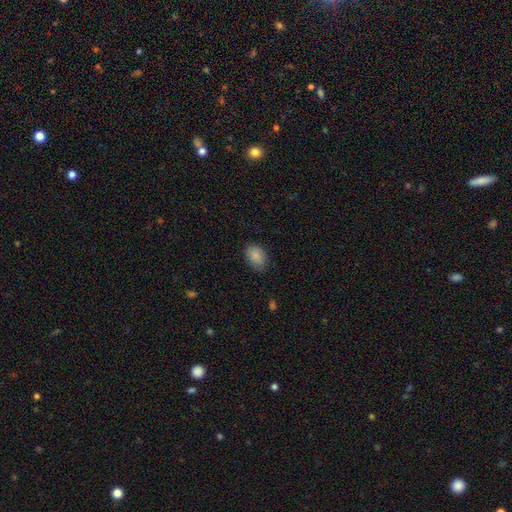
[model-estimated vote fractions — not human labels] A smooth galaxy with no disk features (87%) that is in between round and cigar-shaped (86%). Merging: none (81%).